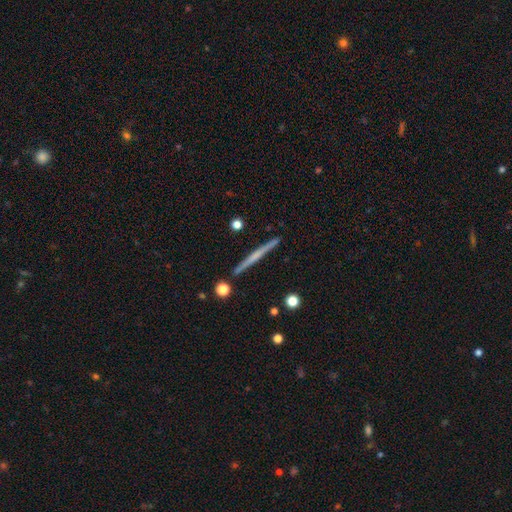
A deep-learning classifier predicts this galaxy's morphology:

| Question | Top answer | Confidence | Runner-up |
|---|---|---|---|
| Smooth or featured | featured or disk | 60% | smooth (34%) |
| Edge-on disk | yes | 98% | no (2%) |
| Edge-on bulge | none | 68% | rounded (25%) |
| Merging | none | 91% | minor disturbance (6%) |